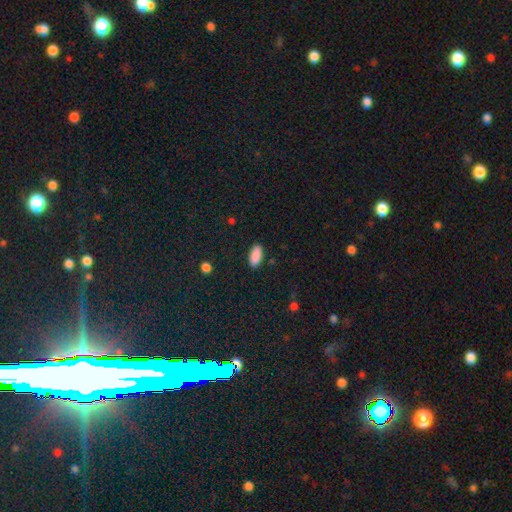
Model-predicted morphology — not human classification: This is clearly a smooth galaxy (89%). How rounded: clearly in between (90%). Merging: clearly none (89%).